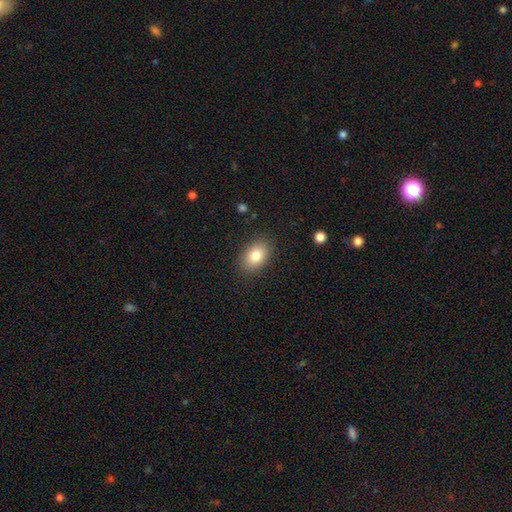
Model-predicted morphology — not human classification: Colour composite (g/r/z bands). It shows a smooth galaxy with no disk features (83%) that is in between round and cigar-shaped (84%). Merging: none (86%).